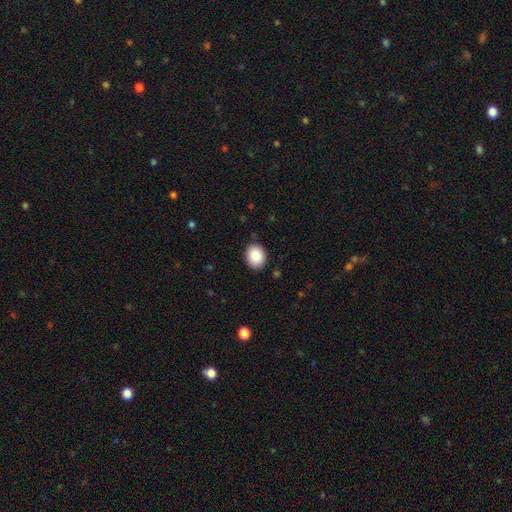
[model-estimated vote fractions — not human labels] Smooth or featured? Predicted: smooth (p=0.89). How rounded? Predicted: in between (p=0.56). Merging? Predicted: none (p=0.87).